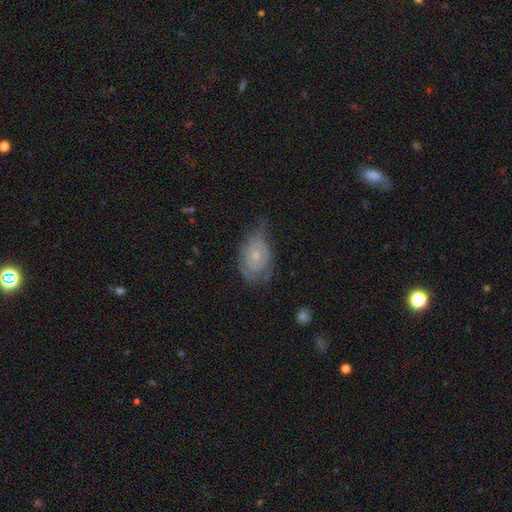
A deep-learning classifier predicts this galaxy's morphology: smooth_or_featured: featured or disk (p=0.58) [alt: smooth p=0.34]
disk_edge_on: no (p=0.95) [alt: yes p=0.05]
bar: no (p=0.81) [alt: weak p=0.16]
has_spiral_arms: yes (p=0.71) [alt: no p=0.29]
bulge_size: small (p=0.66) [alt: moderate p=0.28]
merging: none (p=0.43) [alt: minor disturbance p=0.36]